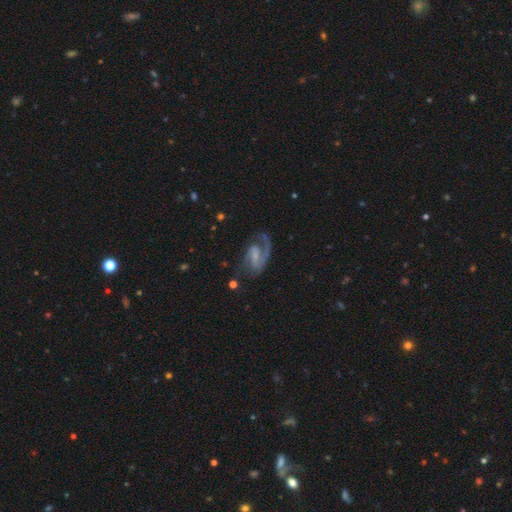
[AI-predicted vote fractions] Smooth or featured? Predicted: featured or disk (p=0.82). Edge-on disk? Predicted: no (p=0.97). Bar? Predicted: weak (p=0.48). Spiral arms? Predicted: yes (p=0.94). Spiral winding? Predicted: medium (p=0.49). Spiral arm count? Predicted: 2 (p=0.50). Bulge size? Predicted: small (p=0.40). Merging? Predicted: none (p=0.54).